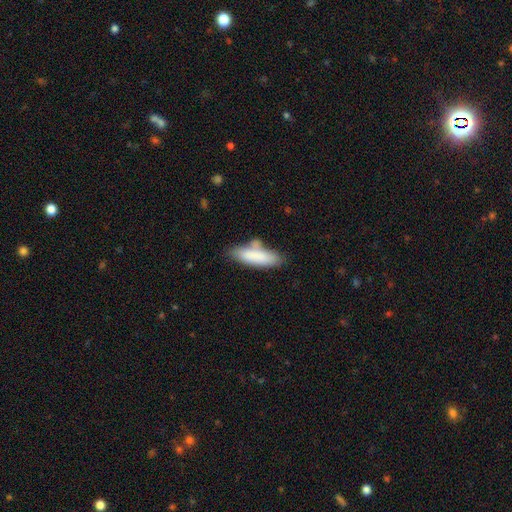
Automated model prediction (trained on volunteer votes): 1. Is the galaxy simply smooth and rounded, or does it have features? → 83% smooth, 11% featured or disk, 6% star or artifact.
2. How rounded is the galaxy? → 51% cigar-shaped, 48% in between, 2% round.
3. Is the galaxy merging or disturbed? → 57% none, 21% minor disturbance, 16% merger, 6% major disturbance.